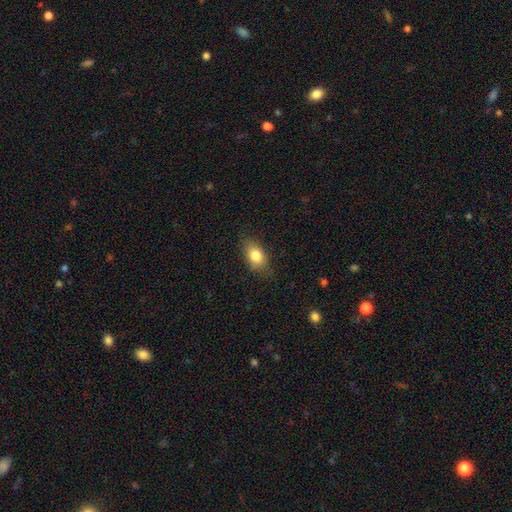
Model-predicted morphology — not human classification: Overall: smooth (81%). How rounded: in between (83%). Merging: none (77%).